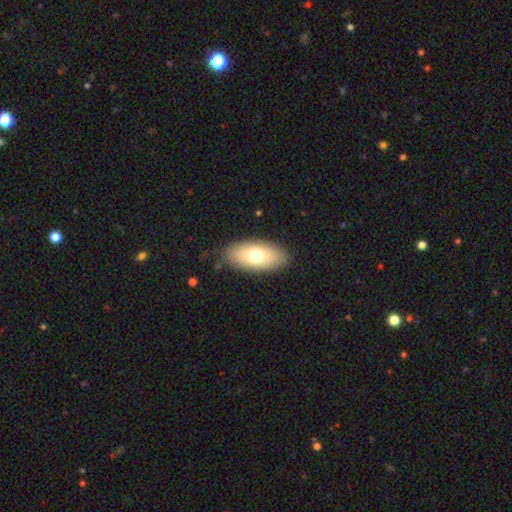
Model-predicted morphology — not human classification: Q: Smooth or featured?
A: smooth (70%); runner-up: featured or disk (22%)
Q: How rounded?
A: in between (90%); runner-up: cigar-shaped (6%)
Q: Merging?
A: none (84%); runner-up: minor disturbance (12%)